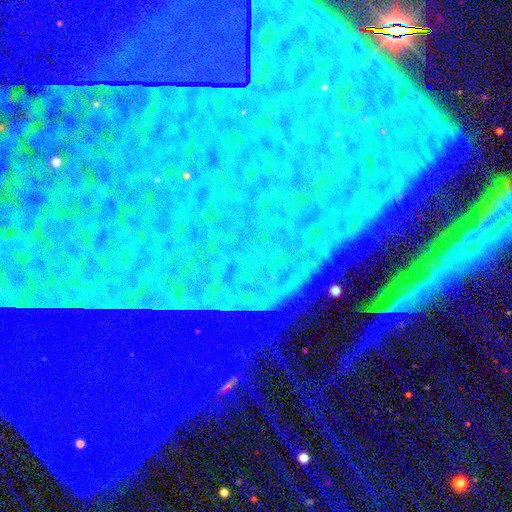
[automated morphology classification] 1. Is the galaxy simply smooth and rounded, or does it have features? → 86% star or artifact, 8% featured or disk, 6% smooth.